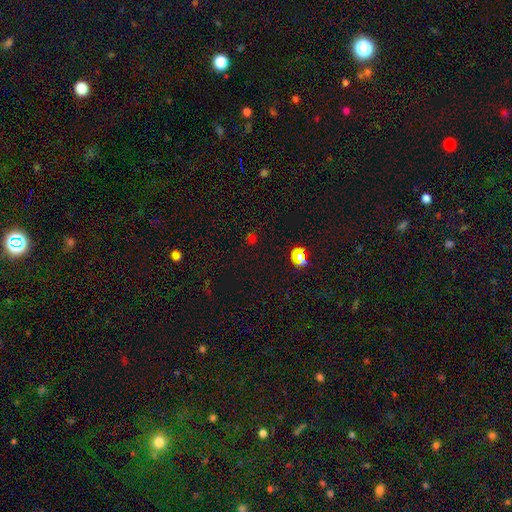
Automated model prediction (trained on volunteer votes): Smooth or featured? star or artifact (57%)